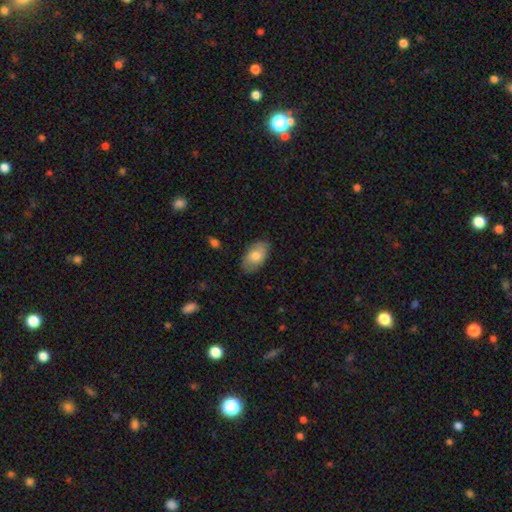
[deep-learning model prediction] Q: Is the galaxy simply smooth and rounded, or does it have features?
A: smooth — 78%.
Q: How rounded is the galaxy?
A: in between — 93%.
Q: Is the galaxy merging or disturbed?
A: none — 83%.